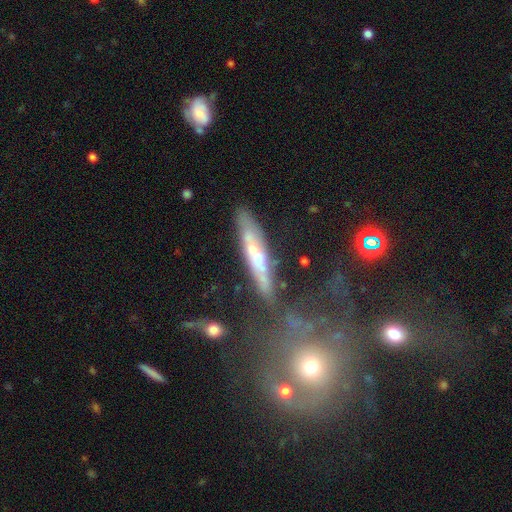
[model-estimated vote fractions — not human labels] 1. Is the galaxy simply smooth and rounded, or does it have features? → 60% featured or disk, 31% smooth, 9% star or artifact.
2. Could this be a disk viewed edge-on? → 67% yes, 33% no.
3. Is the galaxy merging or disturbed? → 63% none, 19% minor disturbance, 11% merger, 7% major disturbance.